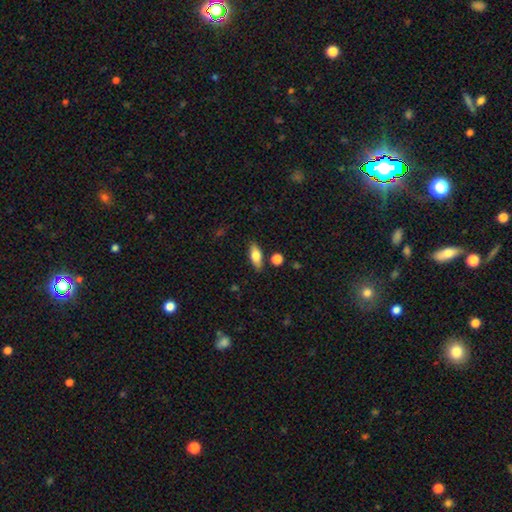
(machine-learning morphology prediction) smooth_or_featured: smooth (p=0.73) [alt: featured or disk p=0.19]
how_rounded: in between (p=0.78) [alt: cigar-shaped p=0.18]
merging: none (p=0.82) [alt: minor disturbance p=0.11]